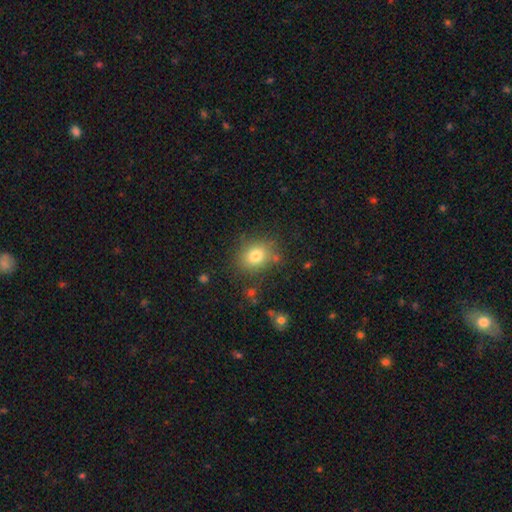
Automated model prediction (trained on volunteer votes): Overall: smooth (79%). How rounded: round (56%; in between 43%). Merging: none (79%).